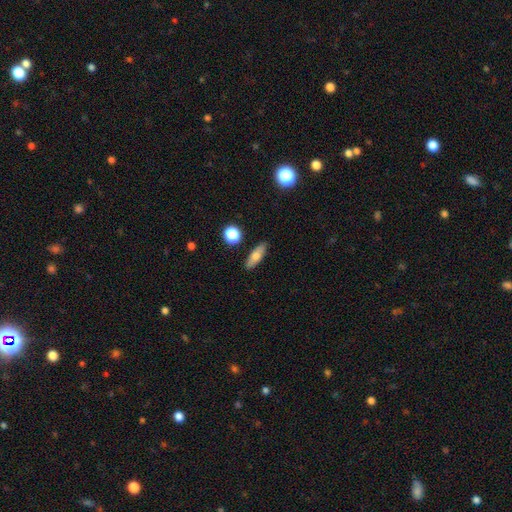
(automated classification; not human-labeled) A smooth galaxy with no disk features (68%) that is in between round and cigar-shaped (52%). Merging: none (87%).